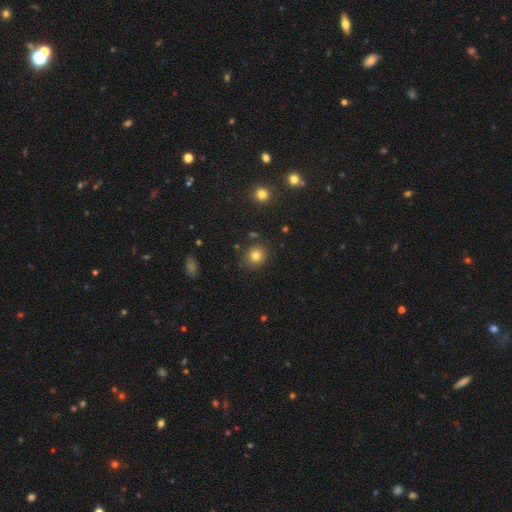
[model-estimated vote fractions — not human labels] smooth-or-featured: smooth: 80% | star or artifact: 13% | featured or disk: 8%
  how-rounded: round: 83% | in between: 16% | cigar-shaped: 1%
  merging: none: 86% | minor disturbance: 9% | merger: 3% | major disturbance: 3%